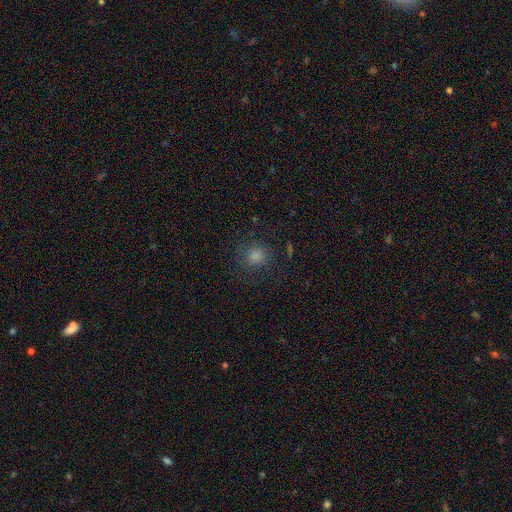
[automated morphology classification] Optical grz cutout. It shows a smooth galaxy with no disk features (66%) that is round (87%). Merging: none (79%).